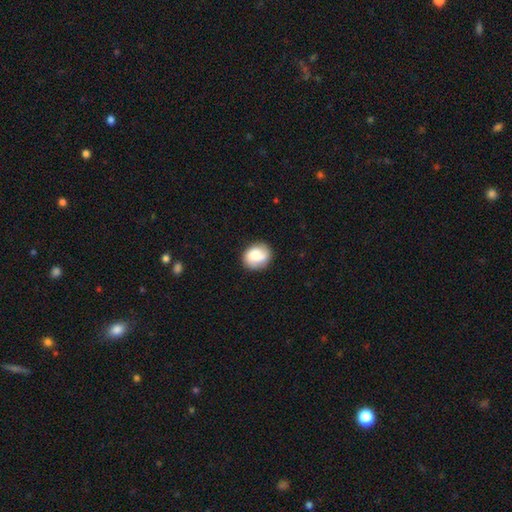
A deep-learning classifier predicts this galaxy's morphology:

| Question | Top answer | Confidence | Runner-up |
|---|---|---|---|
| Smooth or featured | smooth | 70% | featured or disk (23%) |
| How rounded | round | 71% | in between (28%) |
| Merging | none | 80% | minor disturbance (14%) |